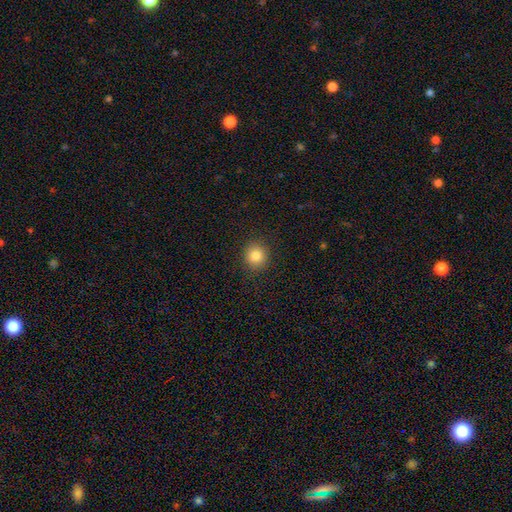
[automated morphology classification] Q: Smooth or featured?
A: smooth (83%); runner-up: star or artifact (11%)
Q: How rounded?
A: round (89%); runner-up: in between (10%)
Q: Merging?
A: none (91%); runner-up: minor disturbance (6%)